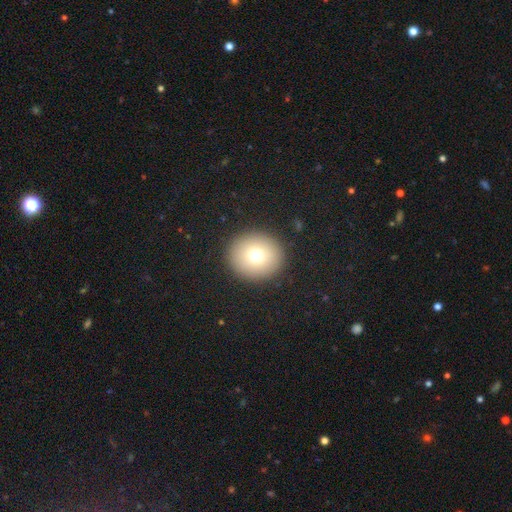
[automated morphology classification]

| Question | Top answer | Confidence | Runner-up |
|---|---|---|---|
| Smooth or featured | smooth | 73% | featured or disk (14%) |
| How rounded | round | 88% | in between (11%) |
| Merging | none | 92% | minor disturbance (5%) |